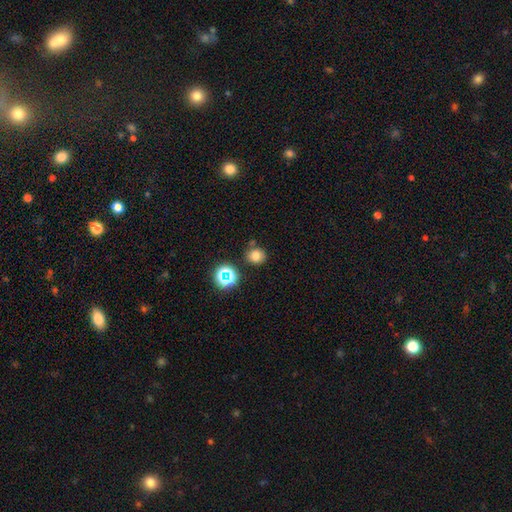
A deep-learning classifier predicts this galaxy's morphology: Overall: smooth (74%). How rounded: round (82%). Merging: none (77%).